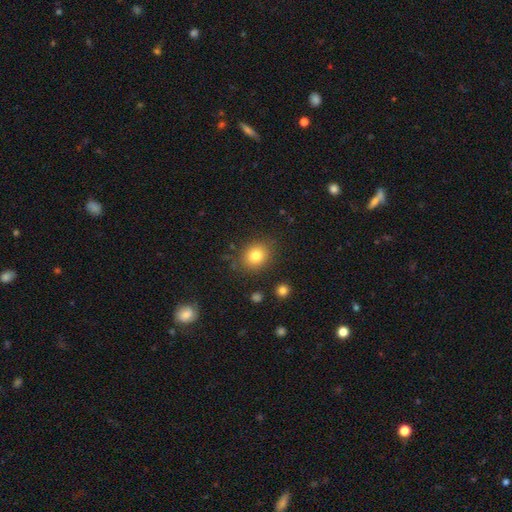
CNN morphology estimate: Q: Smooth or featured?
A: smooth (80%); runner-up: star or artifact (11%)
Q: How rounded?
A: round (65%); runner-up: in between (34%)
Q: Merging?
A: none (84%); runner-up: minor disturbance (10%)